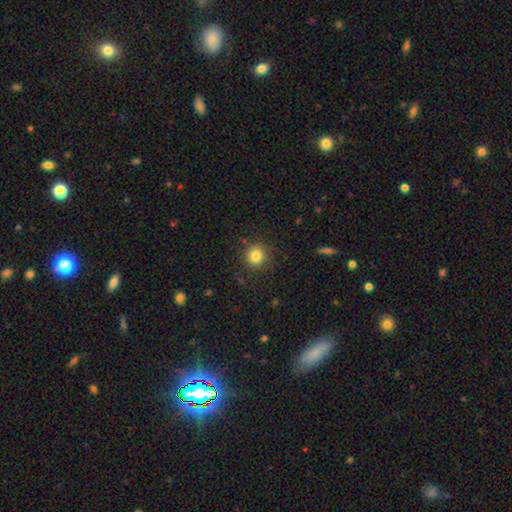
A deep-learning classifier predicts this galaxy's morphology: This appears to be a smooth galaxy with no disk features (82%) that is round (94%). Merging: none (88%).